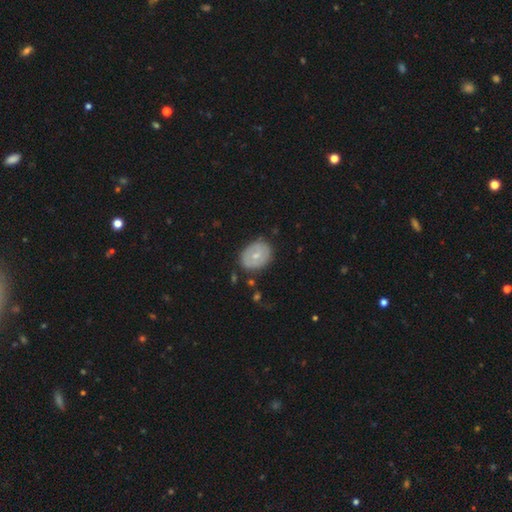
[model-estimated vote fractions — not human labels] smooth_or_featured: smooth (p=0.52) [alt: featured or disk p=0.41]
how_rounded: in between (p=0.58) [alt: round p=0.41]
merging: none (p=0.77) [alt: minor disturbance p=0.17]